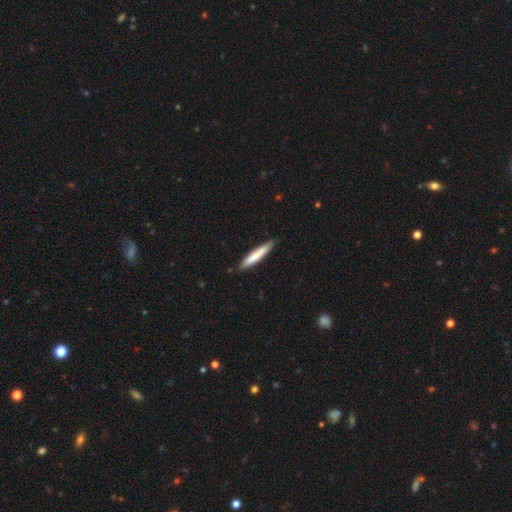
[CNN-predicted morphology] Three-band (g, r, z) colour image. It shows a smooth galaxy with no disk features (72%) that is cigar-shaped (93%). Merging: none (84%).